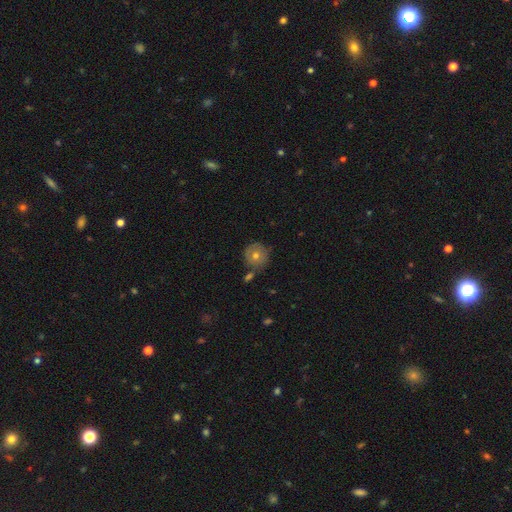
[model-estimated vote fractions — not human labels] smooth-or-featured: smooth: 60% | featured or disk: 31% | star or artifact: 10%
  how-rounded: round: 94% | in between: 5% | cigar-shaped: 1%
  merging: none: 74% | minor disturbance: 15% | merger: 7% | major disturbance: 4%